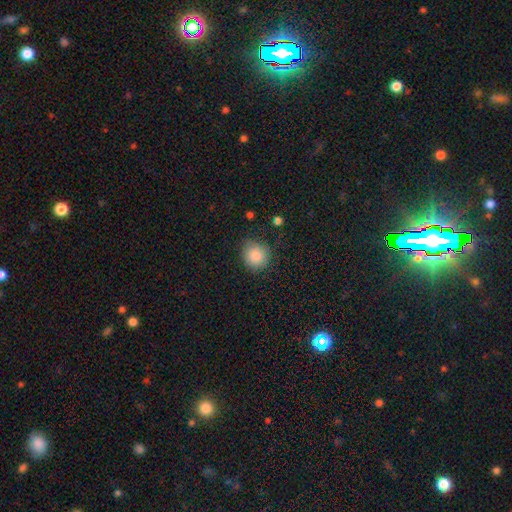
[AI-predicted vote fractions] Smooth or featured: smooth — 86% (star or artifact — 9%)
How rounded: round — 87% (in between — 12%)
Merging: none — 79% (minor disturbance — 16%)